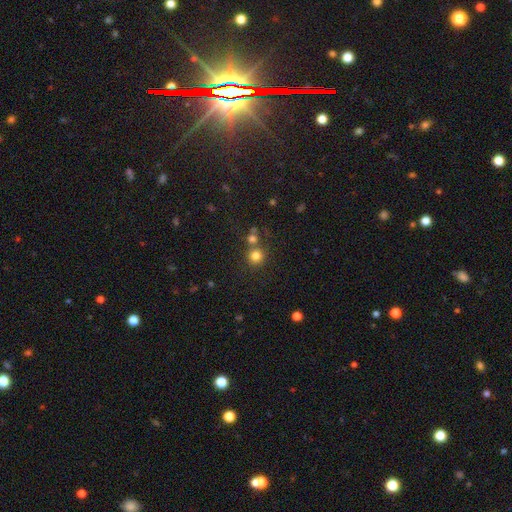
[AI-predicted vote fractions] smooth 79%, star or artifact 14%, featured or disk 6%. Down the decision tree: how rounded — round (92%); merging — none (69%).